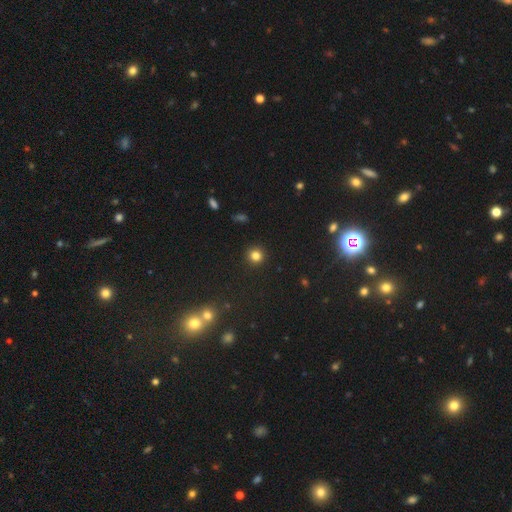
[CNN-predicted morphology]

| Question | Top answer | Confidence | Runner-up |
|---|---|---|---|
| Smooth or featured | smooth | 82% | star or artifact (14%) |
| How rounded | round | 93% | in between (6%) |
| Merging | none | 92% | minor disturbance (5%) |